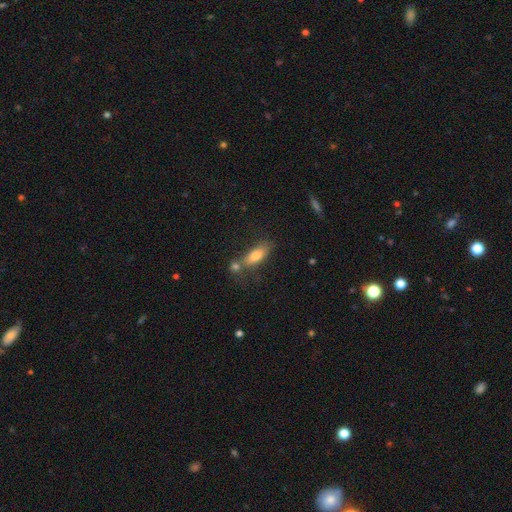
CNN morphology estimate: Smooth or featured? Predicted: smooth (p=0.76). How rounded? Predicted: in between (p=0.72). Merging? Predicted: none (p=0.53).